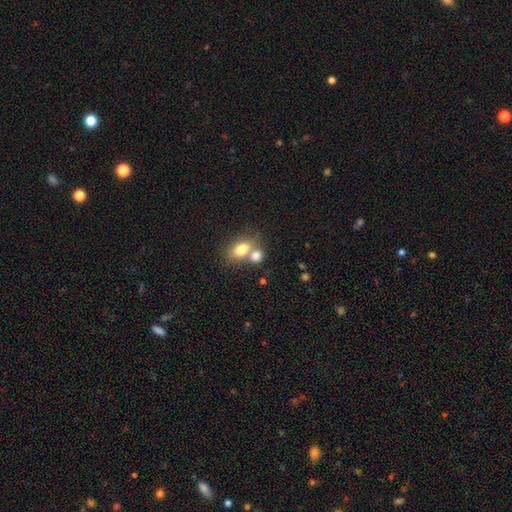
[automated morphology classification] Overall: smooth (78%). How rounded: in between (63%; round 35%). Merging: merger (53%; none 35%).